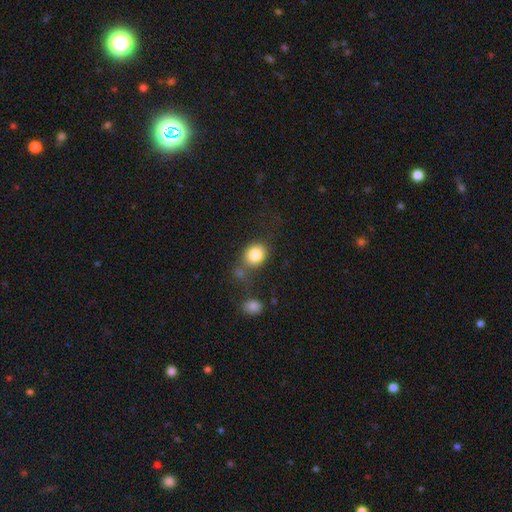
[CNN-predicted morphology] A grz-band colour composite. It shows a smooth galaxy with no disk features (83%) that is round (60%). Merging: none (58%).